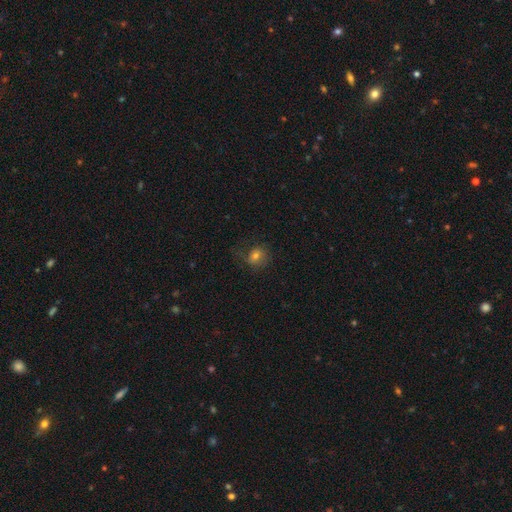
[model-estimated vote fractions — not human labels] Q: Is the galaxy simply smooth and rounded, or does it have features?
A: smooth — 63%.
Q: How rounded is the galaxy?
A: round — 63%.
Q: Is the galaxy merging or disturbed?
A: none — 59%.